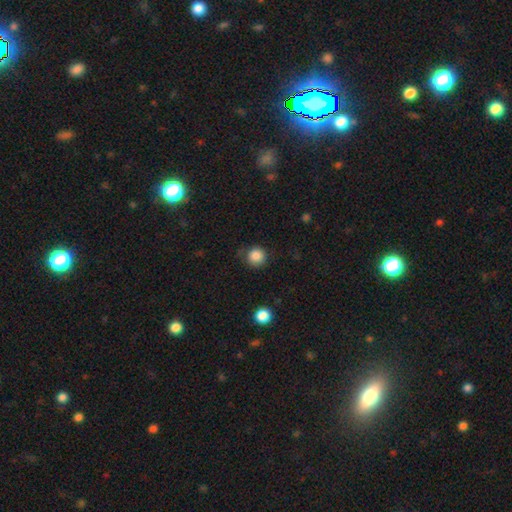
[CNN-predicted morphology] This appears to be a smooth galaxy with no disk features (86%) that is round (93%). Merging: none (77%).